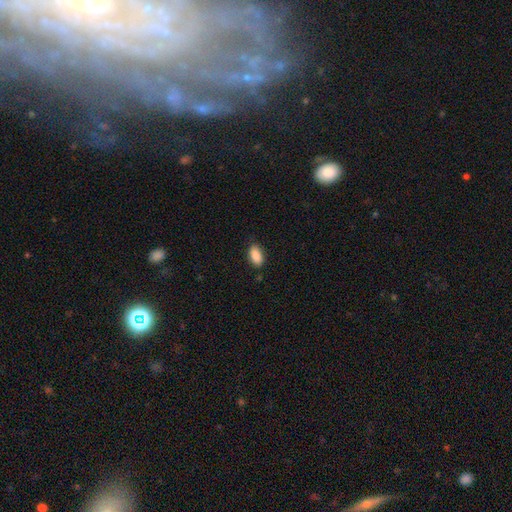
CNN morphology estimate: A smooth galaxy with no disk features (89%) that is in between round and cigar-shaped (92%).

Vote fractions:
- Smooth or featured? smooth: 89% / star or artifact: 7% / featured or disk: 4%
- How rounded? in between: 92% / round: 4% / cigar-shaped: 4%
- Merging? none: 82% / minor disturbance: 14% / major disturbance: 2% / merger: 1%